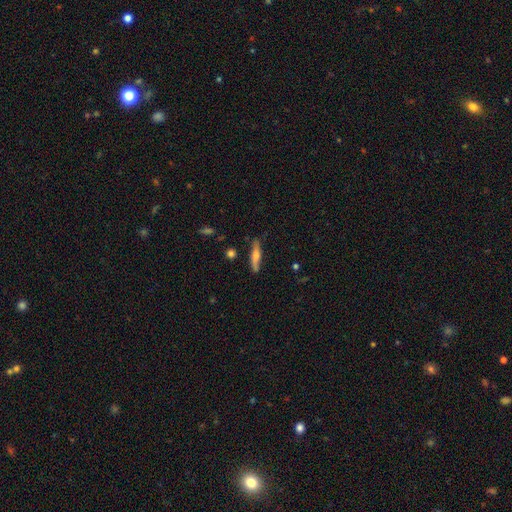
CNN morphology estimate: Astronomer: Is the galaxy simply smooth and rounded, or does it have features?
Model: featured or disk — 48% (runner-up: smooth, 45%).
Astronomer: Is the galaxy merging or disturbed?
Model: none — 80%.